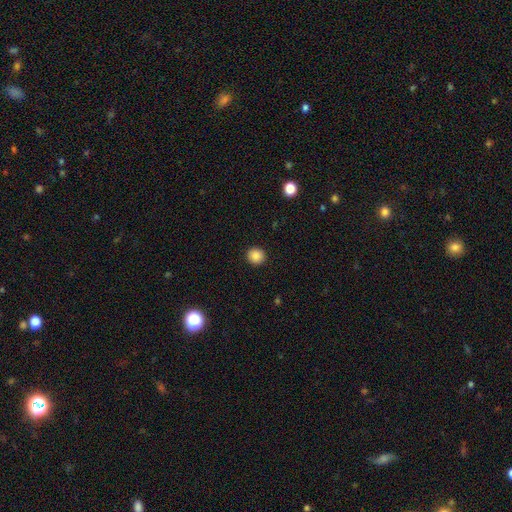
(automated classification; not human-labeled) smooth_or_featured: smooth (p=0.86) [alt: star or artifact p=0.10]
how_rounded: round (p=0.90) [alt: in between p=0.09]
merging: none (p=0.92) [alt: minor disturbance p=0.05]